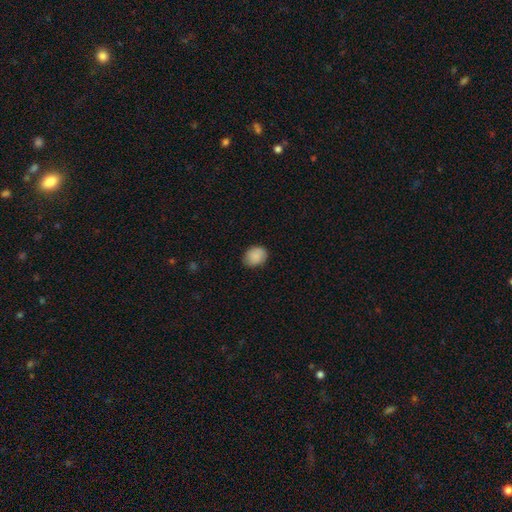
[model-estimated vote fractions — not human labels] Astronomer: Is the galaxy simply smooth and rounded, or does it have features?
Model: smooth — 89%.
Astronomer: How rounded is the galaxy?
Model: in between — 55% (runner-up: round, 44%).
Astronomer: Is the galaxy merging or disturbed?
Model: none — 82%.